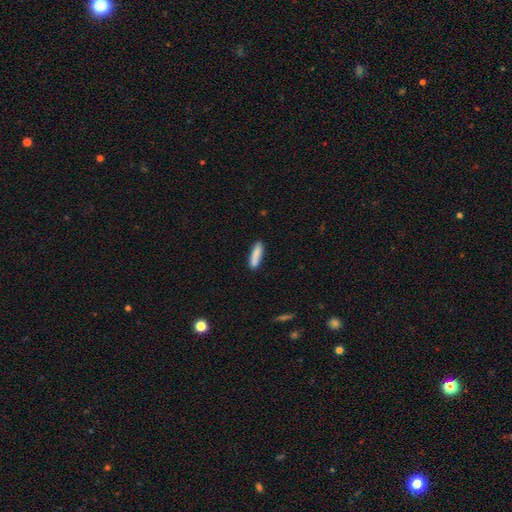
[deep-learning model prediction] Smooth or featured?
  - smooth: 86% *
  - featured or disk: 8%
  - star or artifact: 6%
How rounded?
  - cigar-shaped: 75% *
  - in between: 23%
  - round: 2%
Merging?
  - none: 81% *
  - minor disturbance: 12%
  - merger: 4%
  - major disturbance: 2%